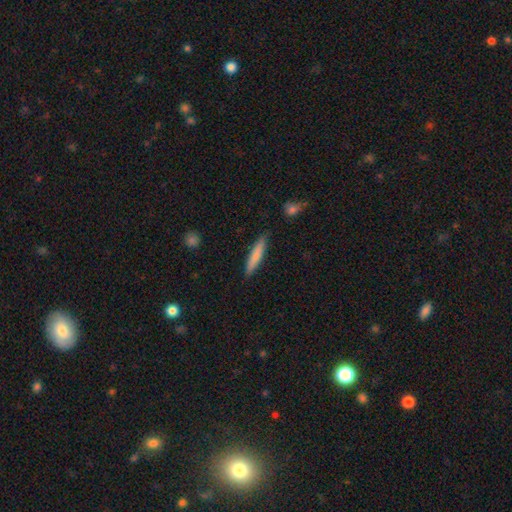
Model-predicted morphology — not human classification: This is likely a smooth galaxy (76%). How rounded: clearly cigar-shaped (91%). Merging: clearly none (87%).